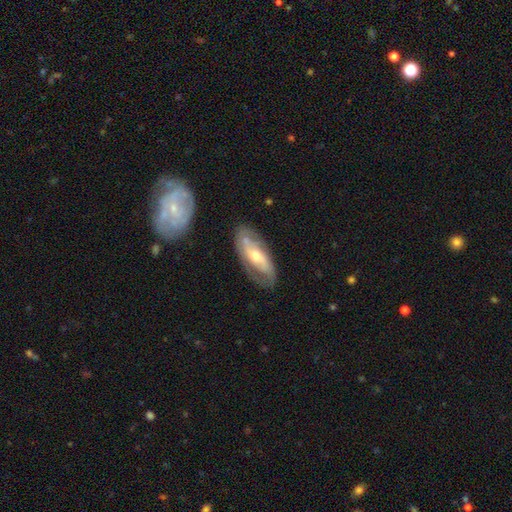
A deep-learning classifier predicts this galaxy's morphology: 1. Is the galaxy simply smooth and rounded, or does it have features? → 73% featured or disk, 21% smooth, 6% star or artifact.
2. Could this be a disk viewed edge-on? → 86% no, 14% yes.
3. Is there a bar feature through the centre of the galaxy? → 45% no, 35% weak, 20% strong.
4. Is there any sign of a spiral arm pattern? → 82% yes, 18% no.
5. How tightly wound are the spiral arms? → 39% medium, 31% tight, 30% loose.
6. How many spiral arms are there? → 72% 2, 19% can't tell, 4% 1, 2% 3, 1% 4, 1% more than 4.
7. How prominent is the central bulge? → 57% moderate, 38% small, 3% large, 1% none, 1% dominant.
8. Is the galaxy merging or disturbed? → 72% none, 19% minor disturbance, 7% major disturbance, 3% merger.